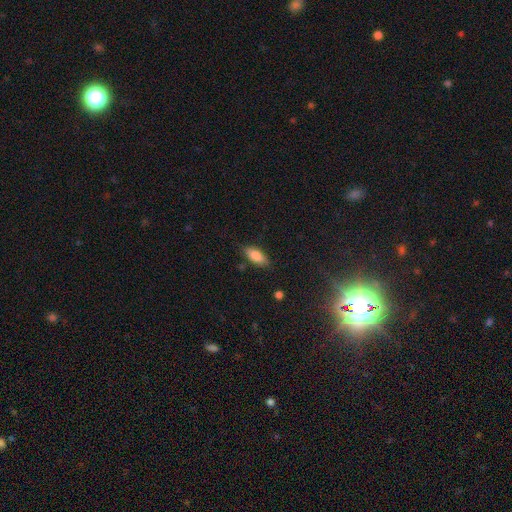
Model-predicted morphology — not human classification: Q: Smooth or featured?
A: smooth (82%); runner-up: featured or disk (11%)
Q: How rounded?
A: in between (82%); runner-up: cigar-shaped (16%)
Q: Merging?
A: none (81%); runner-up: minor disturbance (14%)